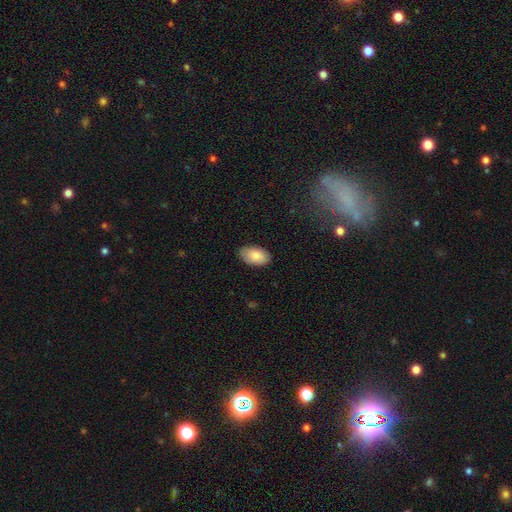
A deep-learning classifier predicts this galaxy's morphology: A smooth galaxy with no disk features (86%) that is in between round and cigar-shaped (95%).

Vote fractions:
- Smooth or featured? smooth: 86% / featured or disk: 8% / star or artifact: 6%
- How rounded? in between: 95% / round: 4% / cigar-shaped: 1%
- Merging? none: 84% / minor disturbance: 13% / major disturbance: 2% / merger: 1%